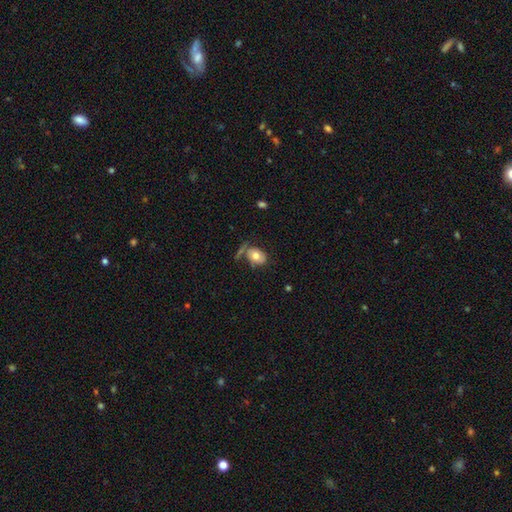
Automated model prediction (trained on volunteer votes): Q: Smooth or featured?
A: smooth (73%); runner-up: featured or disk (19%)
Q: How rounded?
A: in between (78%); runner-up: round (20%)
Q: Merging?
A: none (52%); runner-up: minor disturbance (20%)